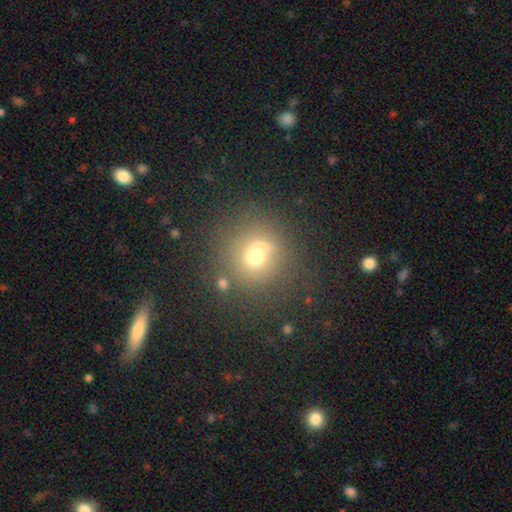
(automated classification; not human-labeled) This is likely a smooth galaxy (65%). How rounded: clearly round (91%). Merging: likely none (66%).